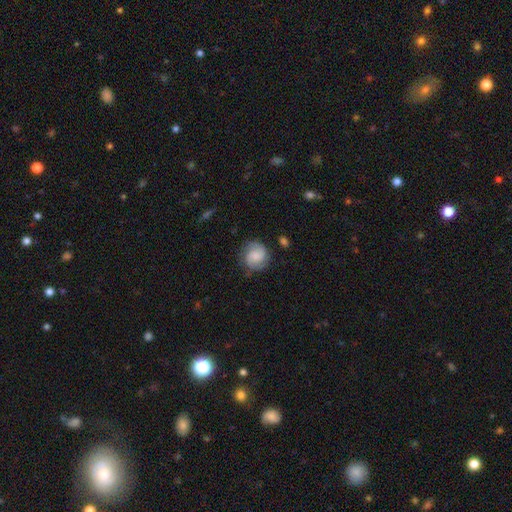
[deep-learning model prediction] Morphology: type=featured or disk (53%); edge-on=no (98%); bar=no (62%); spiral arms=yes (93%); bulge=small (34%); merging=none (79%).